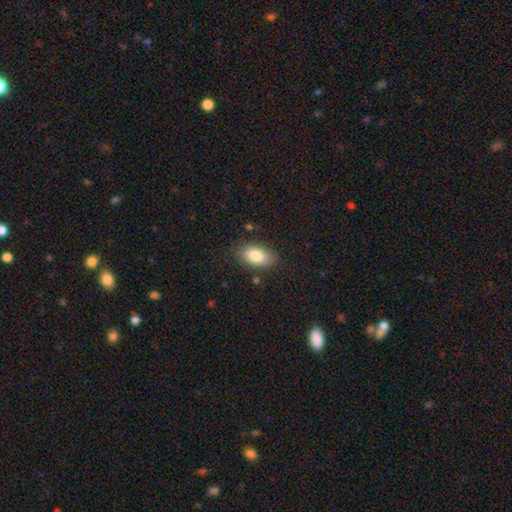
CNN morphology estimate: The model was most divided on "merging": none: 84%, minor disturbance: 12%, major disturbance: 3%, merger: 2%. More confident: how rounded — in between (92%); smooth or featured — smooth (83%).